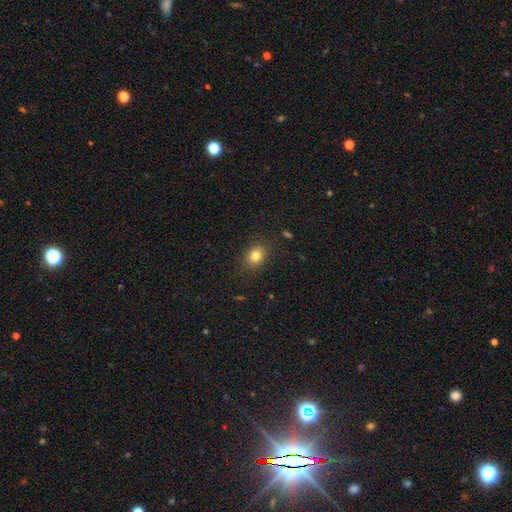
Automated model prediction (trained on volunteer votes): A smooth galaxy with no disk features (81%) that is round (51%). Merging: none (87%).